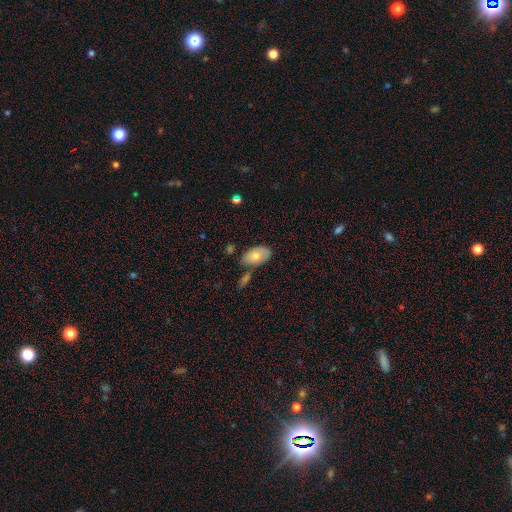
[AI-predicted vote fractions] Overall: smooth (72%). How rounded: in between (93%). Merging: none (61%).